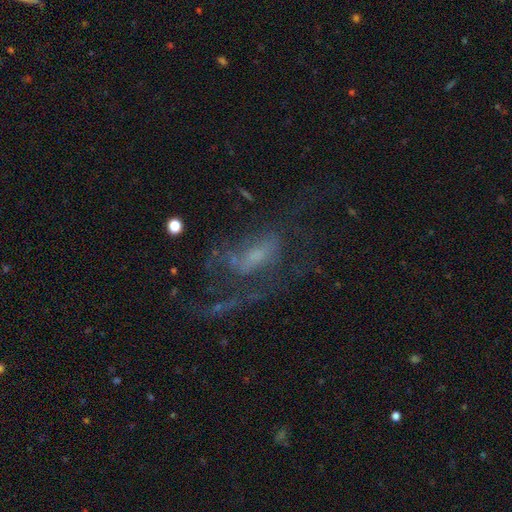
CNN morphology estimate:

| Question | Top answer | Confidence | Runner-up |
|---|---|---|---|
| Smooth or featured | featured or disk | 66% | smooth (19%) |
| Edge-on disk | no | 93% | yes (7%) |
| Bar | no | 54% | weak (35%) |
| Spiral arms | yes | 61% | no (39%) |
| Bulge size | small | 43% | moderate (29%) |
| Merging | major disturbance | 44% | none (36%) |